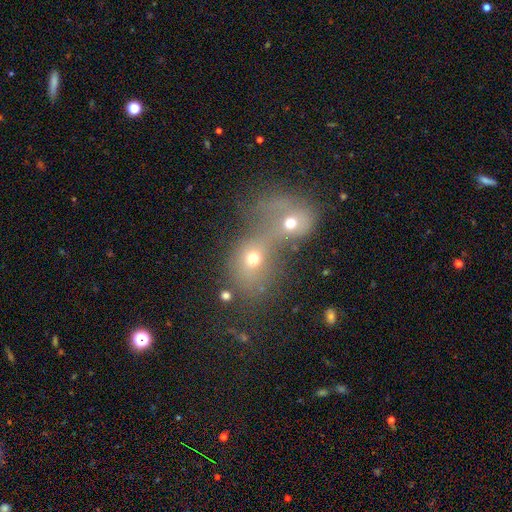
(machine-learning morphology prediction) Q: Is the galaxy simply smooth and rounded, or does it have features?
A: smooth — 57%.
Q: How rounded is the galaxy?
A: round — 63%.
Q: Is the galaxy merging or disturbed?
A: merger — 79%.